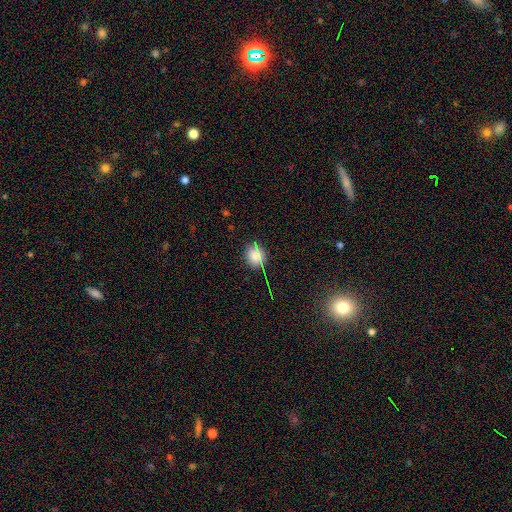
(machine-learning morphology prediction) A smooth galaxy with no disk features (78%) that is round (80%).

Vote fractions:
- Smooth or featured? smooth: 78% / star or artifact: 14% / featured or disk: 7%
- How rounded? round: 80% / in between: 18% / cigar-shaped: 1%
- Merging? none: 81% / minor disturbance: 14% / major disturbance: 3% / merger: 2%